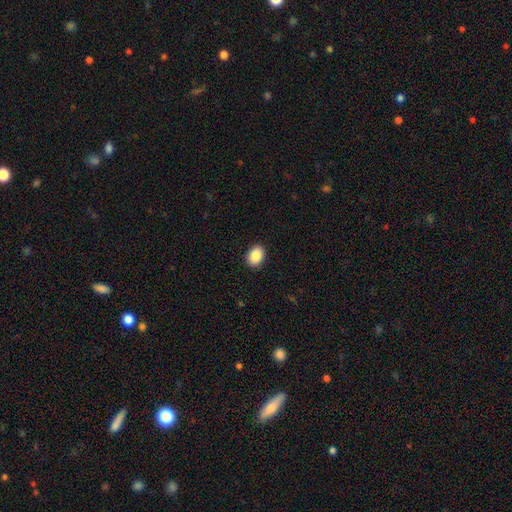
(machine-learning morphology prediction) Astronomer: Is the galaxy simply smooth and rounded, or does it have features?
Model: smooth — 89%.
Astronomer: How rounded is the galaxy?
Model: in between — 70%.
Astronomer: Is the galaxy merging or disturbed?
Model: none — 91%.